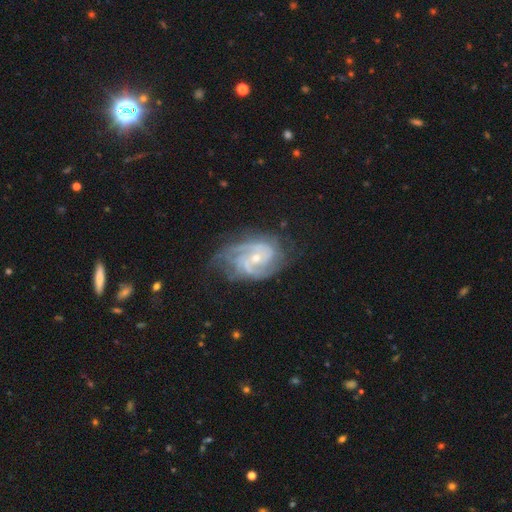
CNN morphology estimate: This appears to be a featured or disk galaxy (84%) with no bar (51%), 2 (44%) tight (55%) spiral arms (96%) and a small central bulge (59%). Merging: none (67%).